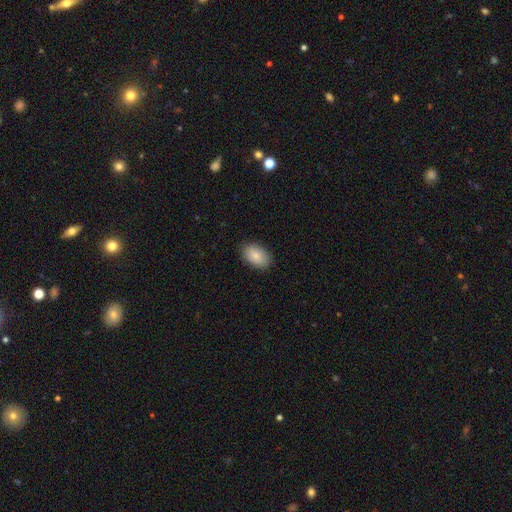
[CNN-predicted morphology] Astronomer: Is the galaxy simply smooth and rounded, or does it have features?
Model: smooth — 86%.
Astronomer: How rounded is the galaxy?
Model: in between — 90%.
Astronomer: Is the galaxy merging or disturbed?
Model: none — 87%.